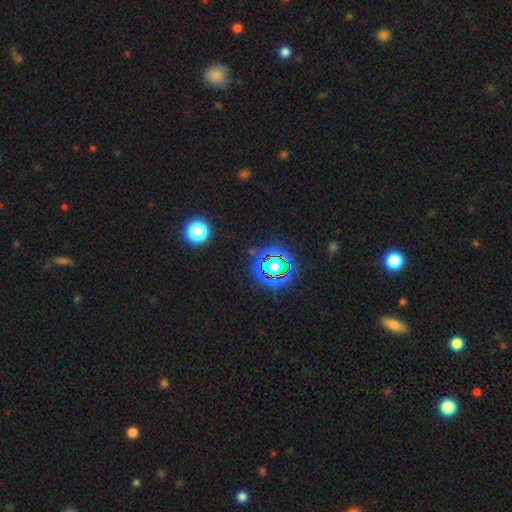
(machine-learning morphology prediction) Smooth or featured: star or artifact — 75% (smooth — 17%)